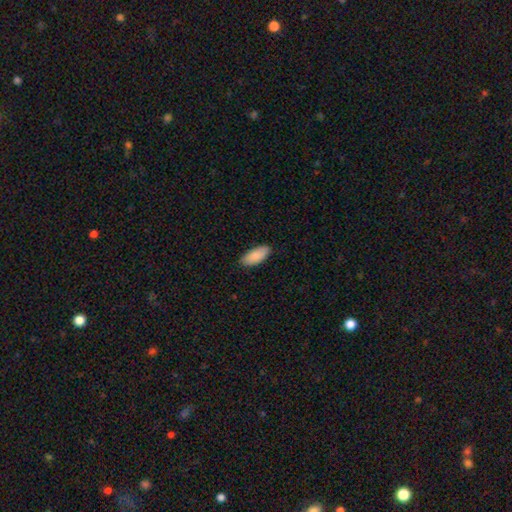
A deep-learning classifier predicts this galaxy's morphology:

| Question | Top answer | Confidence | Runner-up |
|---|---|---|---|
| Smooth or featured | smooth | 88% | star or artifact (6%) |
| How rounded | in between | 88% | cigar-shaped (10%) |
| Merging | none | 85% | minor disturbance (12%) |